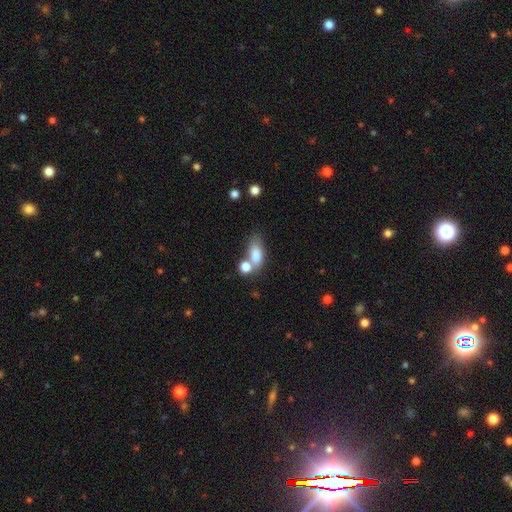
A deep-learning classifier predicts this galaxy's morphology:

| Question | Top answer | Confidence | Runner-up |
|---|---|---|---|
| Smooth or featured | smooth | 78% | featured or disk (12%) |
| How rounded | in between | 80% | round (11%) |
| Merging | none | 39% | merger (38%) |